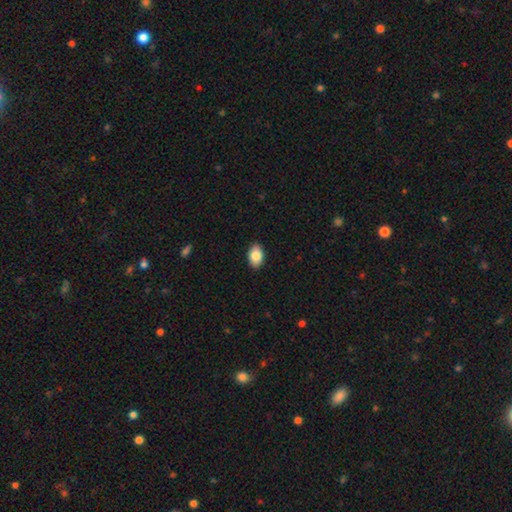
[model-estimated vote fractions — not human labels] Q: Smooth or featured?
A: smooth (85%); runner-up: featured or disk (8%)
Q: How rounded?
A: in between (89%); runner-up: round (10%)
Q: Merging?
A: none (90%); runner-up: minor disturbance (8%)